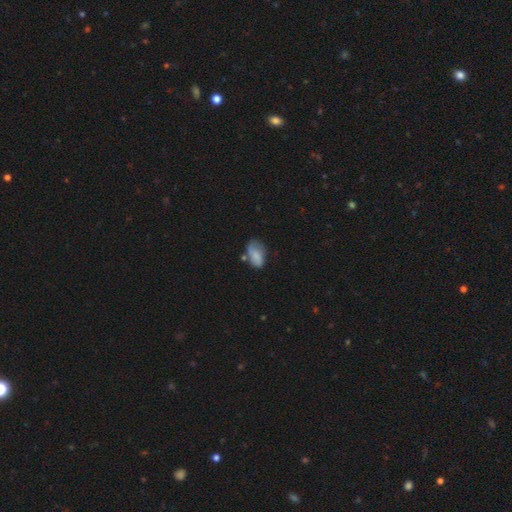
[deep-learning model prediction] A smooth galaxy with no disk features (74%) that is in between round and cigar-shaped (91%).

Vote fractions:
- Smooth or featured? smooth: 74% / featured or disk: 17% / star or artifact: 9%
- How rounded? in between: 91% / round: 7% / cigar-shaped: 2%
- Merging? none: 43% / minor disturbance: 32% / major disturbance: 16% / merger: 10%